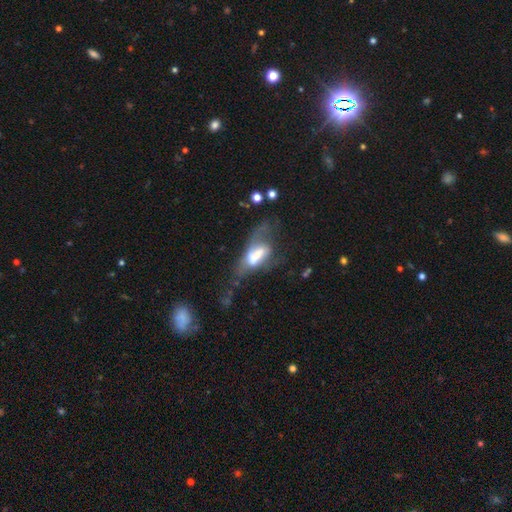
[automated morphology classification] This appears to be a featured or disk galaxy (48%). Merging: major disturbance (47%).